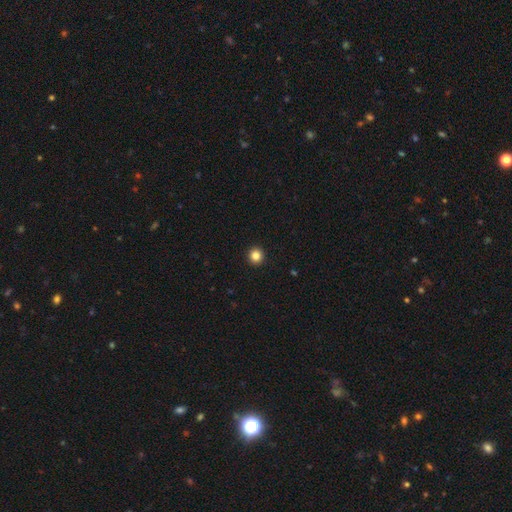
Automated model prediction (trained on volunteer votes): smooth_or_featured: smooth (p=0.84) [alt: star or artifact p=0.12]
how_rounded: round (p=0.95) [alt: in between p=0.04]
merging: none (p=0.94) [alt: minor disturbance p=0.04]